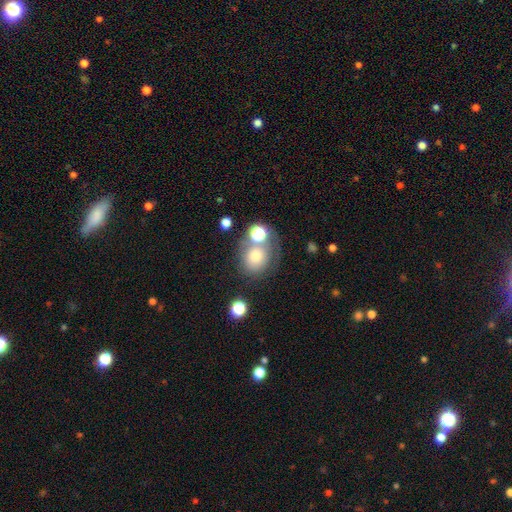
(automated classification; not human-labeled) smooth-or-featured: smooth: 67% | featured or disk: 18% | star or artifact: 15%
  how-rounded: round: 74% | in between: 25% | cigar-shaped: 1%
  merging: none: 52% | merger: 22% | minor disturbance: 16% | major disturbance: 11%